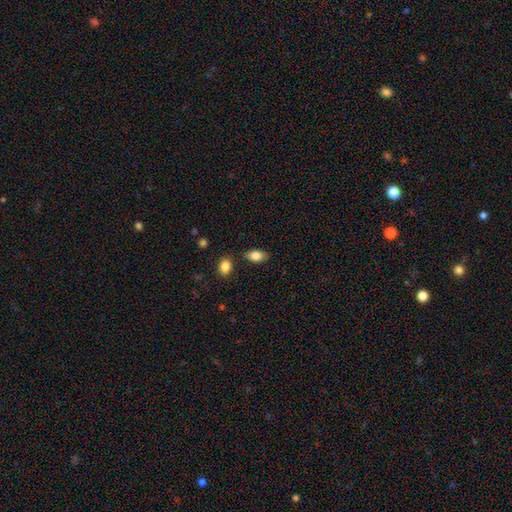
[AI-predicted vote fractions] smooth_or_featured: smooth (p=0.82) [alt: featured or disk p=0.11]
how_rounded: in between (p=0.89) [alt: round p=0.07]
merging: none (p=0.81) [alt: minor disturbance p=0.11]